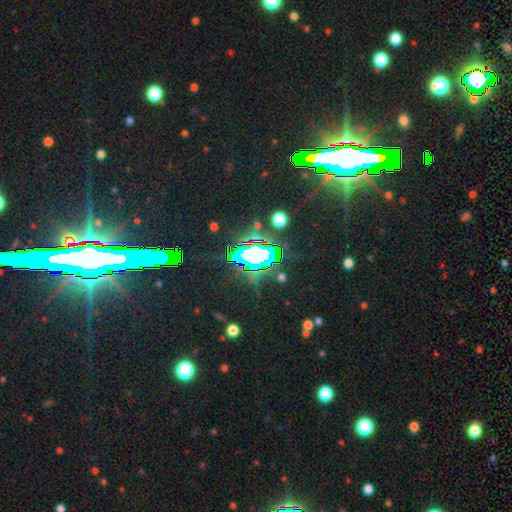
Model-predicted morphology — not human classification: Smooth or featured?
  - star or artifact: 67% *
  - smooth: 21%
  - featured or disk: 12%